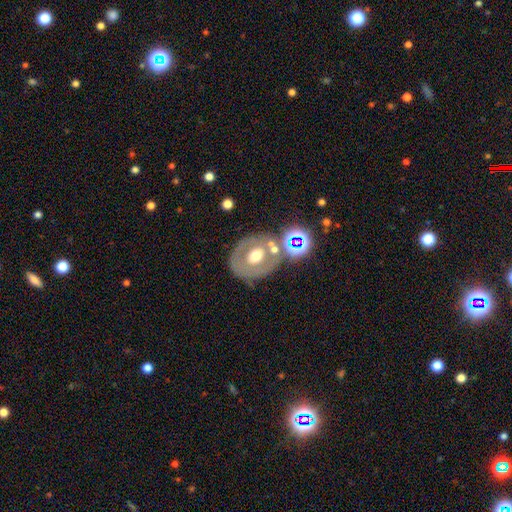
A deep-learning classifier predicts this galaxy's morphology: Smooth or featured?
  - featured or disk: 52% *
  - smooth: 37%
  - star or artifact: 12%
Edge-on disk?
  - no: 94% *
  - yes: 6%
Merging?
  - none: 64% *
  - minor disturbance: 14%
  - merger: 14%
  - major disturbance: 8%